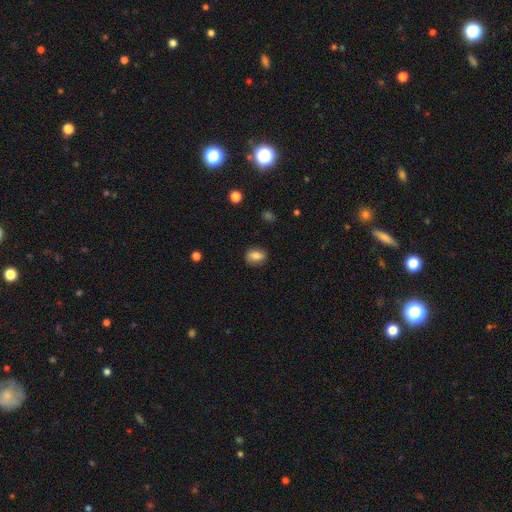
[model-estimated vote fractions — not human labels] Smooth or featured? Predicted: smooth (p=0.77). How rounded? Predicted: in between (p=0.65). Merging? Predicted: none (p=0.82).